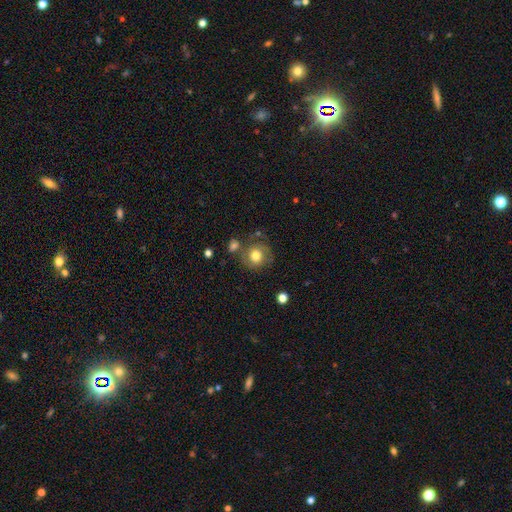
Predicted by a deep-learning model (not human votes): smooth_or_featured: smooth (p=0.71) [alt: featured or disk p=0.19]
how_rounded: round (p=0.87) [alt: in between p=0.12]
merging: none (p=0.69) [alt: minor disturbance p=0.15]